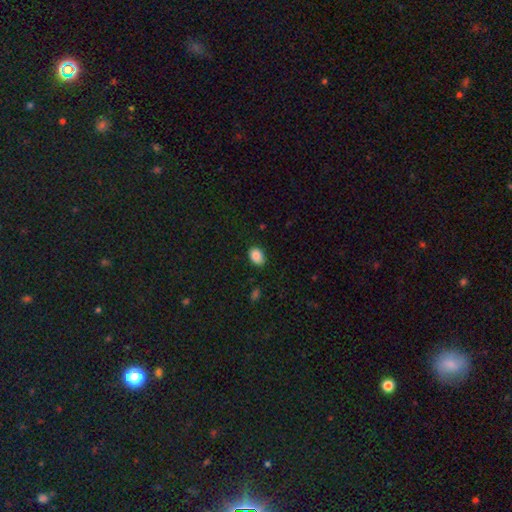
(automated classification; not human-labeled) Smooth or featured?
  - smooth: 87% *
  - star or artifact: 8%
  - featured or disk: 4%
How rounded?
  - in between: 78% *
  - round: 21%
  - cigar-shaped: 1%
Merging?
  - none: 83% *
  - minor disturbance: 13%
  - major disturbance: 2%
  - merger: 1%